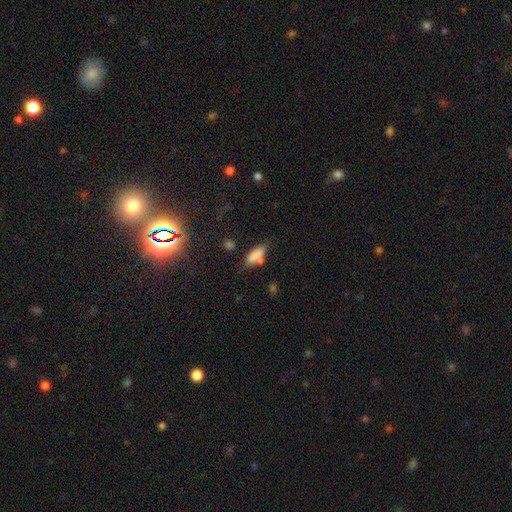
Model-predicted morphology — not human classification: Smooth or featured? smooth (76%)
How rounded? in between (70%)
Merging? none (49%)